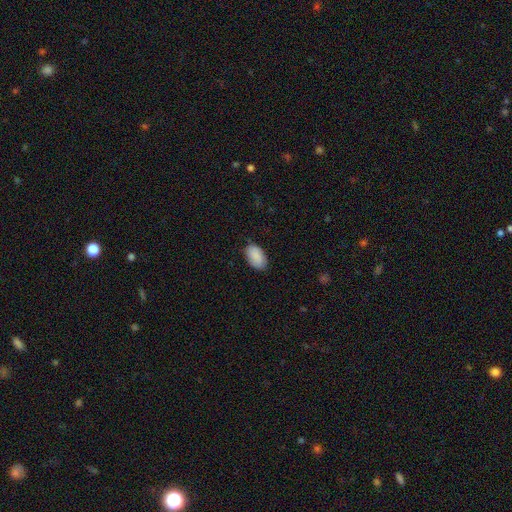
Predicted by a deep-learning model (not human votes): Morphology: type=smooth (90%); roundness=in between (94%); merging=none (81%).